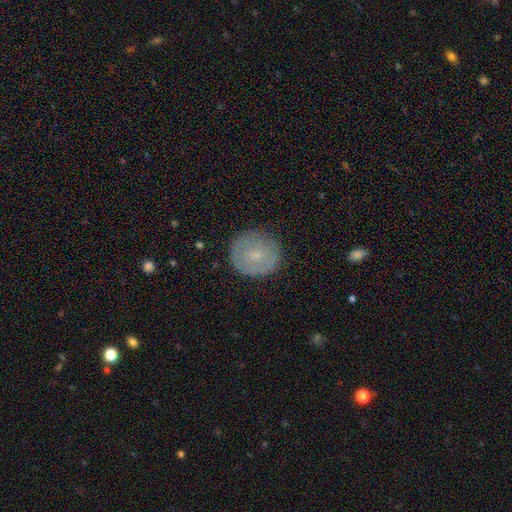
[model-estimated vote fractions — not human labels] Overall: smooth (58%; featured or disk 34%). How rounded: round (90%). Merging: none (85%).